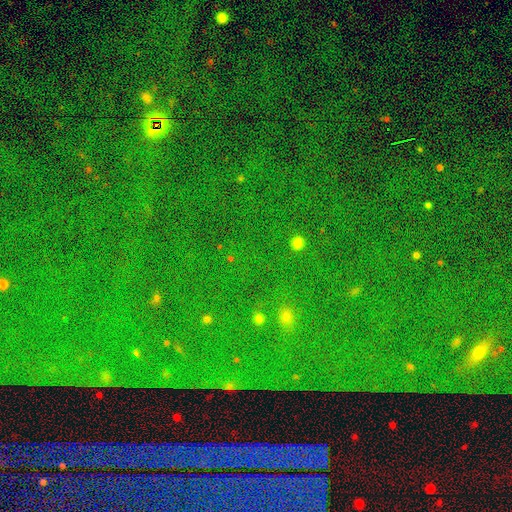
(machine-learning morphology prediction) type=star or artifact (85%).